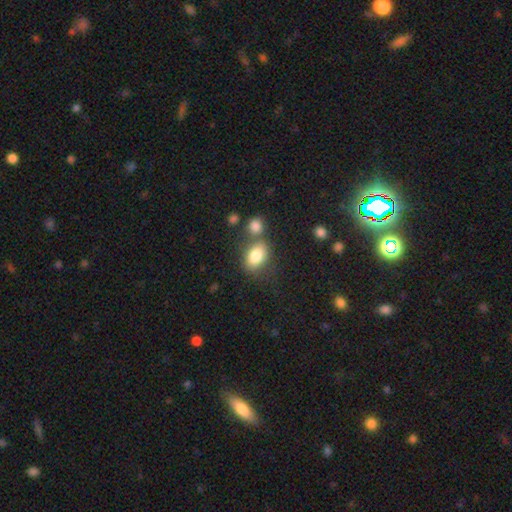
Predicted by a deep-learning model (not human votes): smooth_or_featured: smooth (p=0.82) [alt: featured or disk p=0.09]
how_rounded: in between (p=0.77) [alt: round p=0.21]
merging: none (p=0.58) [alt: merger p=0.23]